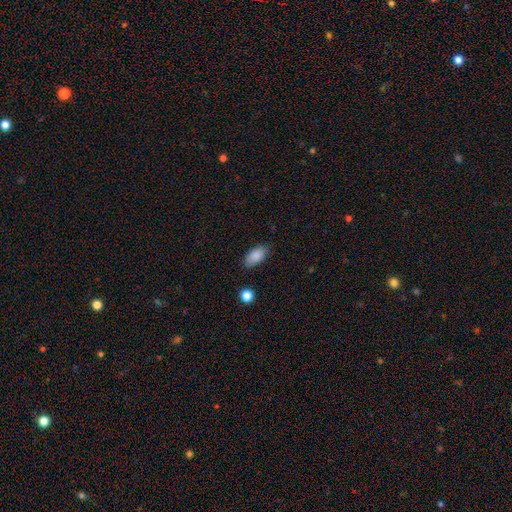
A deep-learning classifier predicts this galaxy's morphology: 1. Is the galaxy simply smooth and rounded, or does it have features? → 87% smooth, 8% star or artifact, 5% featured or disk.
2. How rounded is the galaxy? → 91% in between, 5% cigar-shaped, 4% round.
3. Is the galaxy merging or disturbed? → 78% none, 16% minor disturbance, 3% major disturbance, 2% merger.